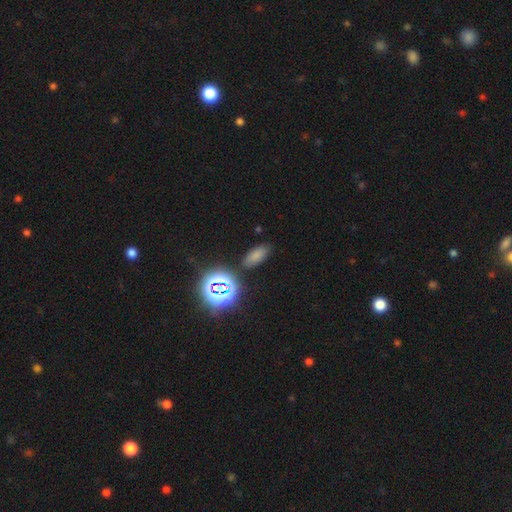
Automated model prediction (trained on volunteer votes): A smooth galaxy with no disk features (69%) that is in between round and cigar-shaped (85%). Merging: none (83%).